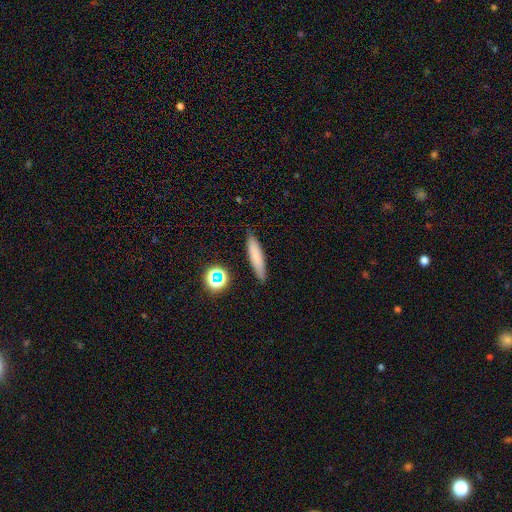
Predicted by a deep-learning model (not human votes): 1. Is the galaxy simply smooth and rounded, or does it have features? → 74% smooth, 15% featured or disk, 10% star or artifact.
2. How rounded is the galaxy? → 83% cigar-shaped, 15% in between, 2% round.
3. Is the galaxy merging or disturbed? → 86% none, 10% minor disturbance, 2% major disturbance, 2% merger.